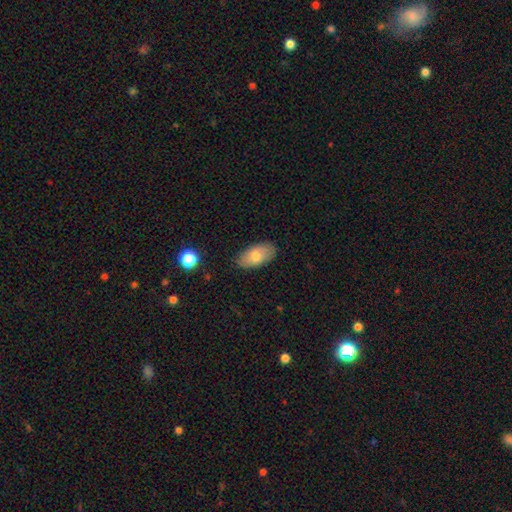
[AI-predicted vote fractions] Smooth or featured? smooth (76%)
How rounded? in between (93%)
Merging? none (84%)